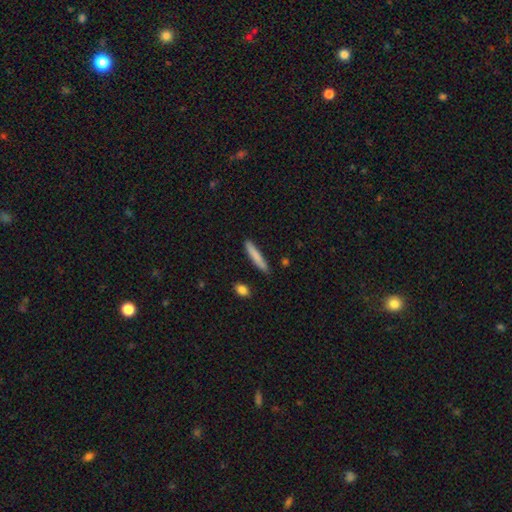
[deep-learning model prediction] Smooth or featured?
  - smooth: 81% *
  - featured or disk: 13%
  - star or artifact: 6%
How rounded?
  - cigar-shaped: 92% *
  - in between: 6%
  - round: 1%
Merging?
  - none: 85% *
  - minor disturbance: 11%
  - merger: 2%
  - major disturbance: 2%